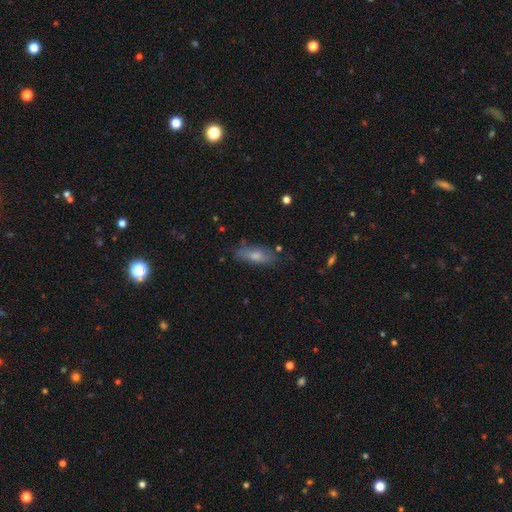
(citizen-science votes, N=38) Smooth or featured?
  - smooth: 71% *
  - featured or disk: 26%
  - star or artifact: 3%
How rounded?
  - in between: 81% *
  - cigar-shaped: 19%
  - round: 0%
Merging?
  - none: 68% *
  - minor disturbance: 19%
  - major disturbance: 11%
  - merger: 3%